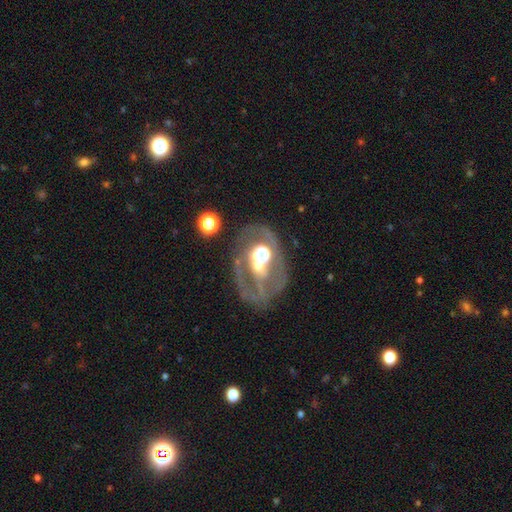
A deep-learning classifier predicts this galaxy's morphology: Smooth or featured?
  - featured or disk: 68% *
  - smooth: 18%
  - star or artifact: 15%
Edge-on disk?
  - no: 96% *
  - yes: 4%
Bar?
  - no: 58% *
  - weak: 22%
  - strong: 20%
Spiral arms?
  - no: 52% *
  - yes: 48%
Bulge size?
  - moderate: 52% *
  - large: 24%
  - small: 14%
  - dominant: 6%
  - none: 5%
Merging?
  - none: 53% *
  - major disturbance: 20%
  - minor disturbance: 16%
  - merger: 12%